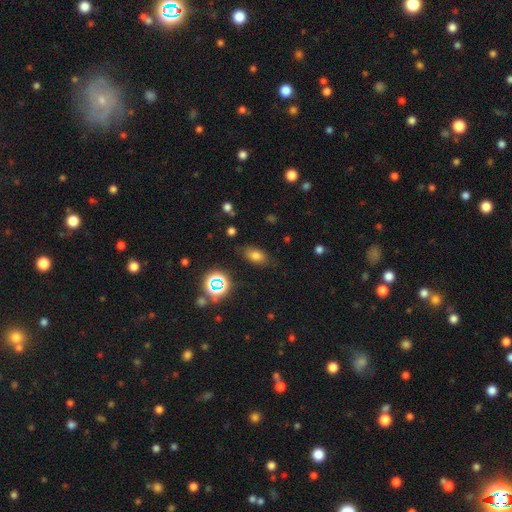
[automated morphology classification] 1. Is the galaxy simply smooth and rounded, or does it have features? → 69% smooth, 19% star or artifact, 12% featured or disk.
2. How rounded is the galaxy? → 83% in between, 13% round, 4% cigar-shaped.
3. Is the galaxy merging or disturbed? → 79% none, 15% minor disturbance, 4% major disturbance, 2% merger.